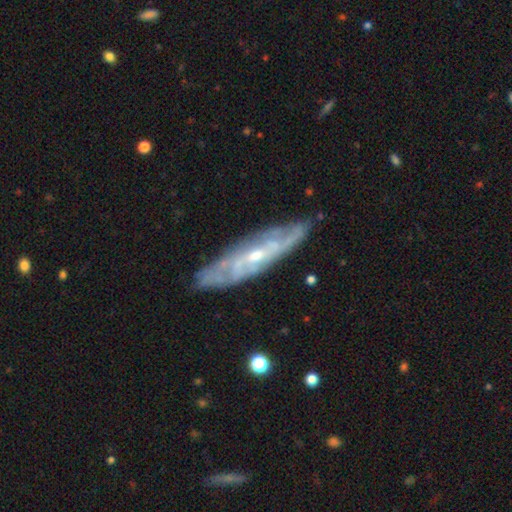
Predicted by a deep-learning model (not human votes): Overall: featured or disk (81%). Edge-on disk: no (67%; yes 33%). Bar: no (56%; weak 33%). Spiral arms: yes (87%). Bulge size: small (59%; moderate 37%). Merging: none (80%).